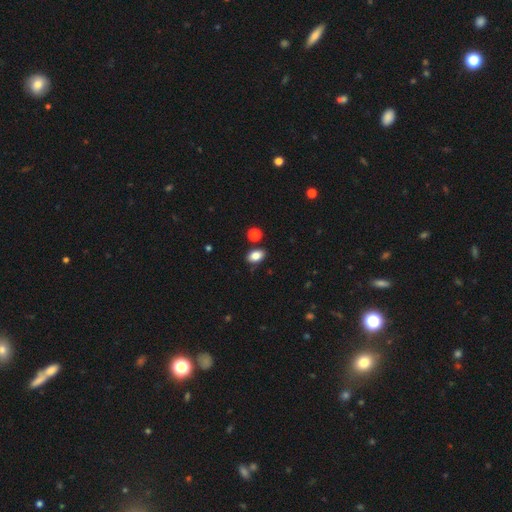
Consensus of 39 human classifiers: smooth-or-featured: smooth: 77% | star or artifact: 13% | featured or disk: 10%
  how-rounded: in between: 77% | round: 23% | cigar-shaped: 0%
  merging: none: 91% | minor disturbance: 6% | major disturbance: 3% | merger: 0%